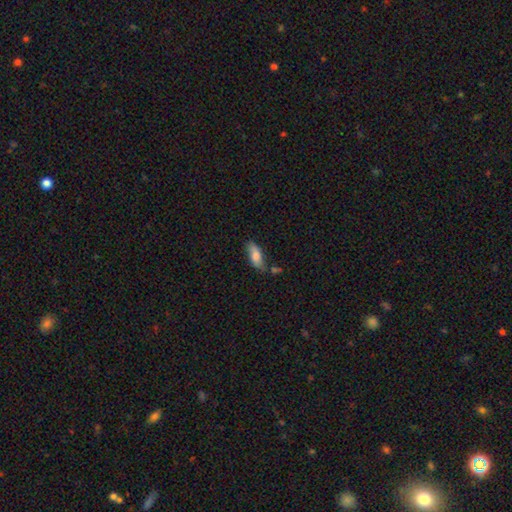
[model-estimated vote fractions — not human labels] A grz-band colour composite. It shows a smooth galaxy with no disk features (75%) that is in between round and cigar-shaped (72%). Merging: none (65%).